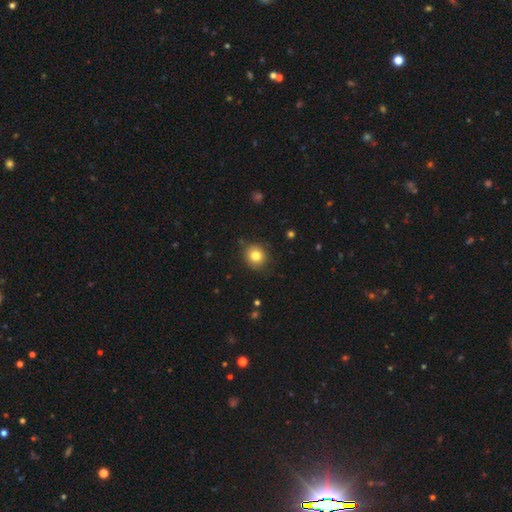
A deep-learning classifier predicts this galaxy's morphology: Smooth or featured: smooth — 80% (star or artifact — 11%)
How rounded: round — 87% (in between — 12%)
Merging: none — 85% (minor disturbance — 11%)